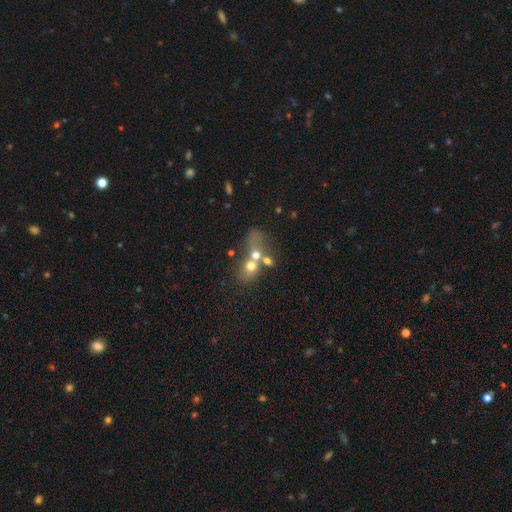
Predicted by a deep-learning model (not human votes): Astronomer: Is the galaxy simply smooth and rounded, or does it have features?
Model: smooth — 55%.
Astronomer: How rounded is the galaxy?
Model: round — 53% (runner-up: in between, 44%).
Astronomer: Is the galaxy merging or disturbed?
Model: merger — 68%.